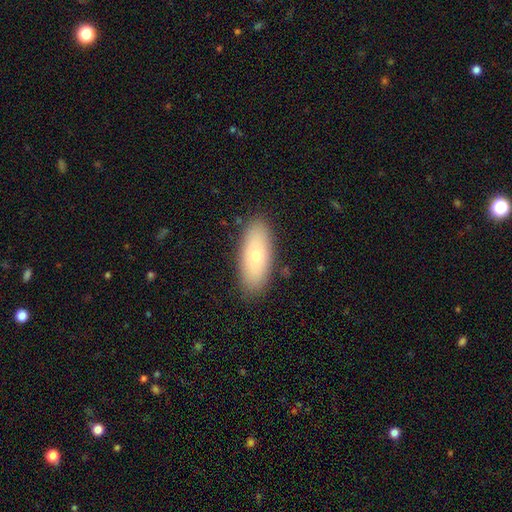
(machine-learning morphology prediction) smooth 68%, featured or disk 25%, star or artifact 8%. Down the decision tree: how rounded — in between (76%); merging — none (87%).